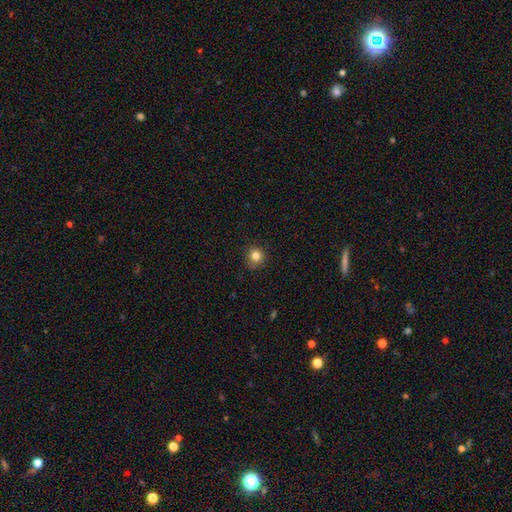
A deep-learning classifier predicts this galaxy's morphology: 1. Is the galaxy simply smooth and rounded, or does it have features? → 82% smooth, 12% star or artifact, 6% featured or disk.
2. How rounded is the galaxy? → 91% round, 8% in between, 1% cigar-shaped.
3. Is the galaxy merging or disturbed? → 87% none, 10% minor disturbance, 2% major disturbance, 1% merger.